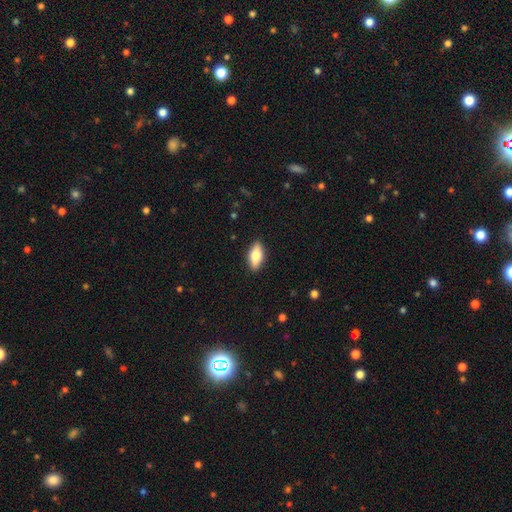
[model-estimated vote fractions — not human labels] This is likely a smooth galaxy (70%). How rounded: clearly in between (80%). Merging: clearly none (89%).